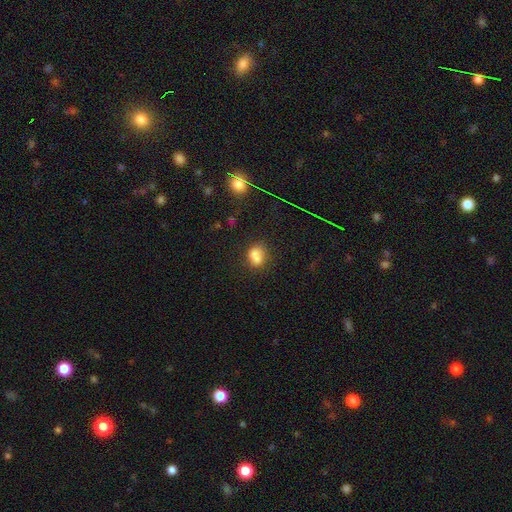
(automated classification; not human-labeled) Q: Smooth or featured?
A: smooth (77%); runner-up: star or artifact (13%)
Q: How rounded?
A: in between (63%); runner-up: round (34%)
Q: Merging?
A: none (58%); runner-up: minor disturbance (21%)